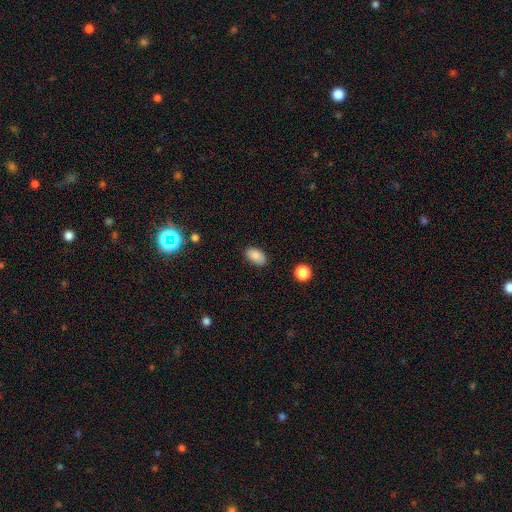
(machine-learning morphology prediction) This is clearly a smooth galaxy (87%). How rounded: clearly in between (92%). Merging: clearly none (85%).